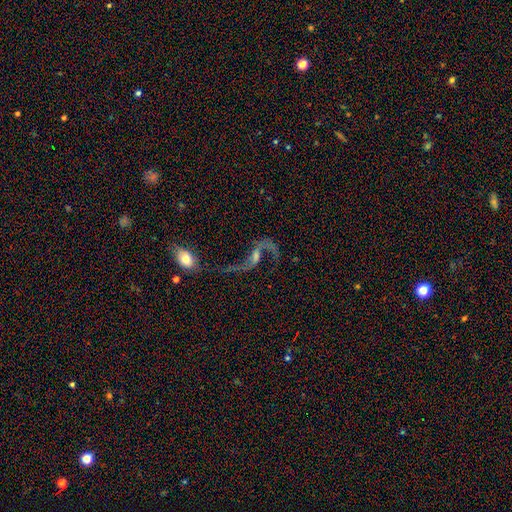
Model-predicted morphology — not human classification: A featured or disk galaxy (84%) with no bar (42%, tied with weak), 2 (91%) loose (90%) spiral arms (91%) and a small central bulge (42%).

Vote fractions:
- Smooth or featured? featured or disk: 84% / star or artifact: 9% / smooth: 7%
- Edge-on disk? no: 95% / yes: 5%
- Bar? no: 42% (tied) / weak: 42% (tied) / strong: 17%
- Spiral arms? yes: 91% / no: 9%
- Spiral winding? loose: 90% / medium: 7% / tight: 2%
- Spiral arm count? 2: 91% / 1: 4% / can't tell: 2% / 3: 1% / 4: 1% / more than 4: 1%
- Bulge size? small: 42% / moderate: 32% / none: 19% / large: 6% / dominant: 2%
- Merging? none: 46% / major disturbance: 24% / minor disturbance: 15% / merger: 15%